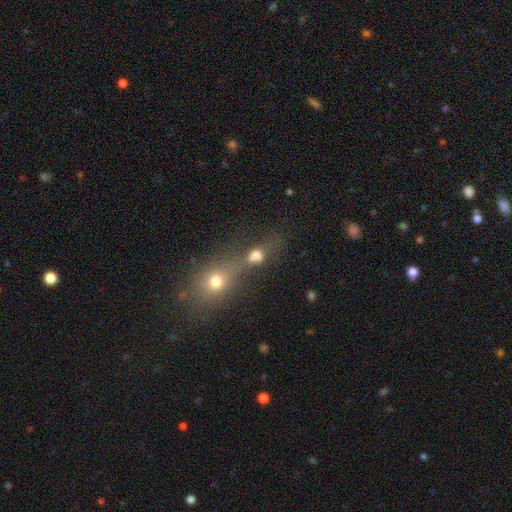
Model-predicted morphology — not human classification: A smooth galaxy with no disk features (62%) that is round (53%). Merging: merger (63%).